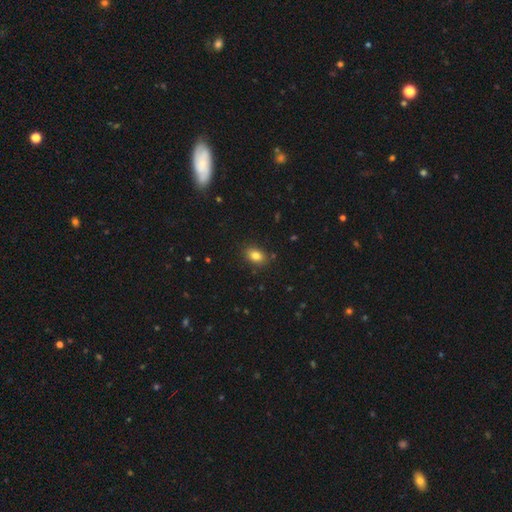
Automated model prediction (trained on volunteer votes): Overall: smooth (82%). How rounded: in between (73%). Merging: none (86%).